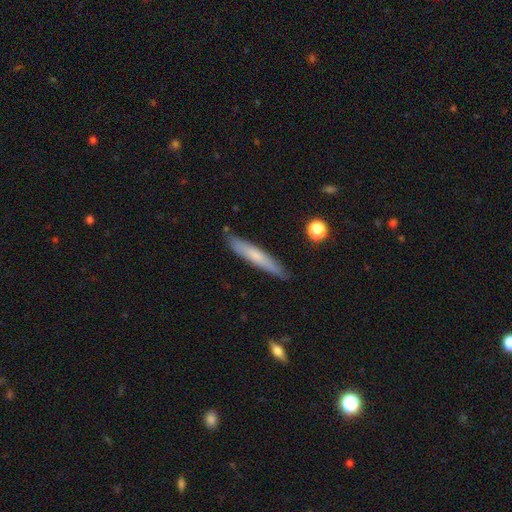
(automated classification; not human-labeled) Morphology: type=smooth (64%); roundness=cigar-shaped (92%); merging=none (84%).